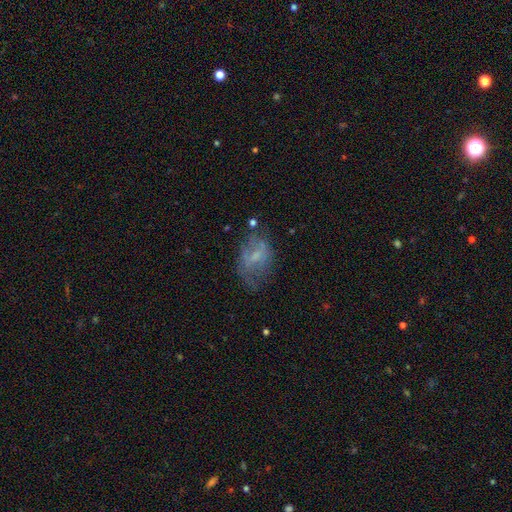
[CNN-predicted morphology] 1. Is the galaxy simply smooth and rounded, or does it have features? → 49% featured or disk, 40% smooth, 11% star or artifact.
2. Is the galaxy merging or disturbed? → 43% none, 27% minor disturbance, 25% major disturbance, 5% merger.